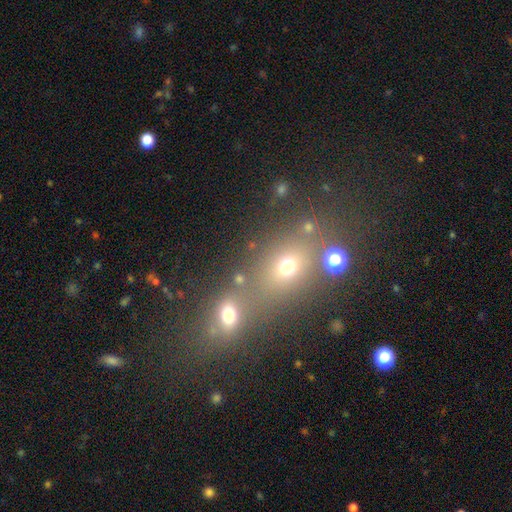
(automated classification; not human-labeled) Smooth or featured: smooth — 43% (star or artifact — 38%)
Merging: merger — 50% (none — 39%)